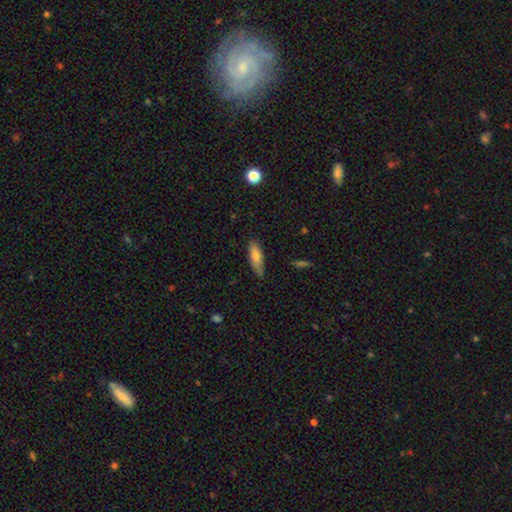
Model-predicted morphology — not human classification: The model was most divided on "how rounded": in between: 59%, cigar-shaped: 39%, round: 2%. More confident: smooth or featured — smooth (77%); merging — none (71%).